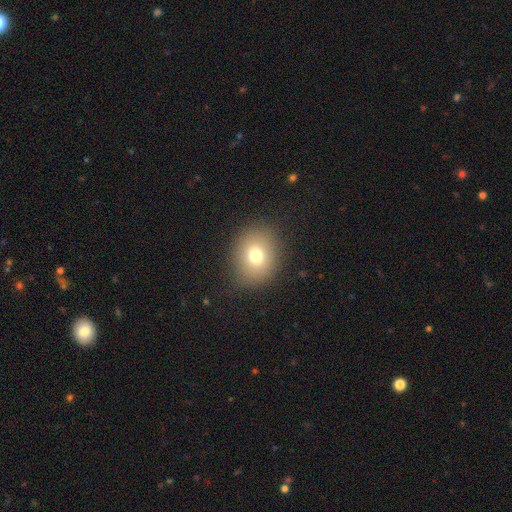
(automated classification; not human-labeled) Overall: smooth (74%). How rounded: round (63%; in between 36%). Merging: none (86%).